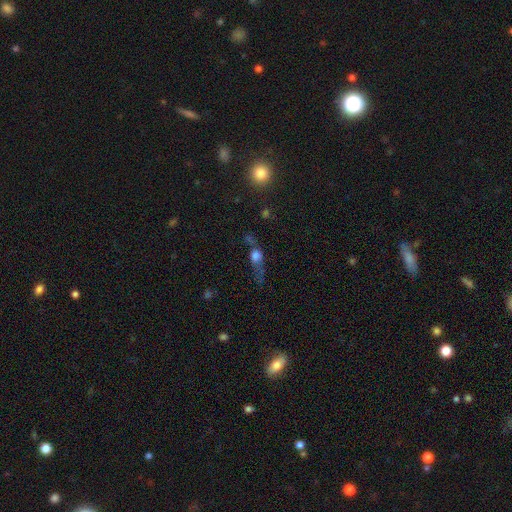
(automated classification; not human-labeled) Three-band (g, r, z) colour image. It shows a smooth galaxy with no disk features (54%) that is in between round and cigar-shaped (42%). Merging: none (33%).